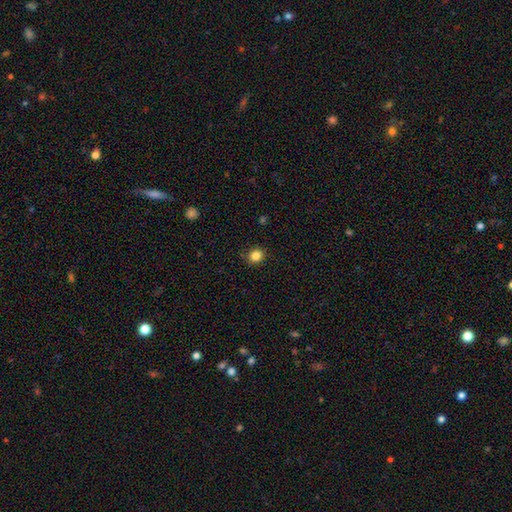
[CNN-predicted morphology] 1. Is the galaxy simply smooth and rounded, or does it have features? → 85% smooth, 11% star or artifact, 4% featured or disk.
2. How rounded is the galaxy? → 78% round, 21% in between, 1% cigar-shaped.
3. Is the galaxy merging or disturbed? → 89% none, 7% minor disturbance, 2% major disturbance, 1% merger.